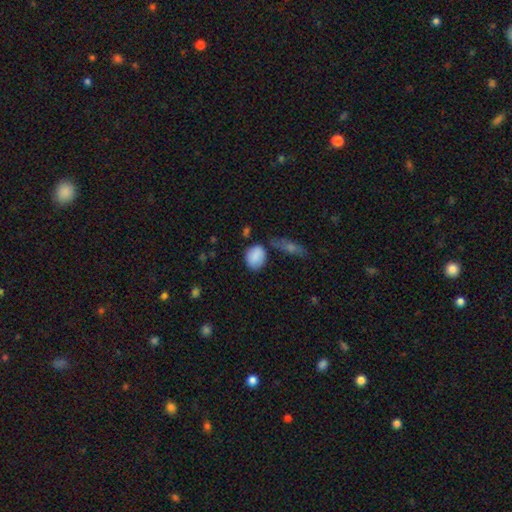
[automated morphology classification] Smooth or featured? Predicted: smooth (p=0.85). How rounded? Predicted: in between (p=0.52). Merging? Predicted: none (p=0.64).